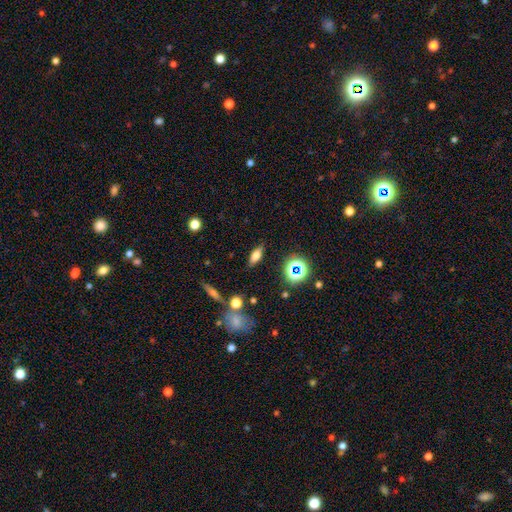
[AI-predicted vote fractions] smooth-or-featured: smooth: 60% | featured or disk: 25% | star or artifact: 15%
  how-rounded: in between: 65% | cigar-shaped: 27% | round: 8%
  merging: none: 85% | minor disturbance: 10% | major disturbance: 3% | merger: 3%